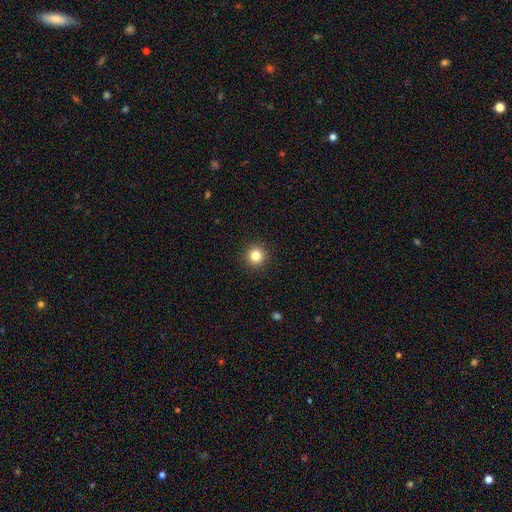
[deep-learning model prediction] Smooth or featured? Predicted: smooth (p=0.83). How rounded? Predicted: round (p=0.95). Merging? Predicted: none (p=0.93).